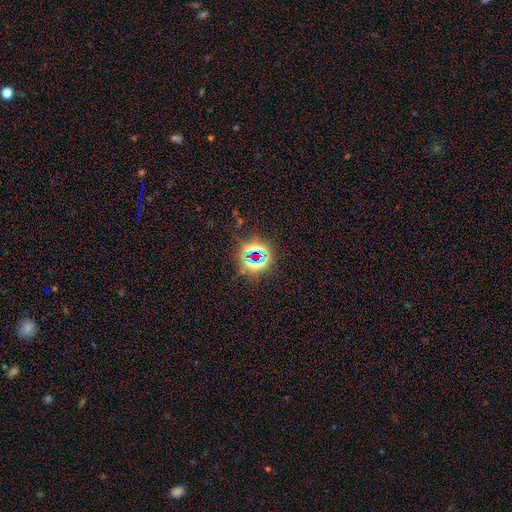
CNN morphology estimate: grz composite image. It shows a star or artifact, not a galaxy (72%).